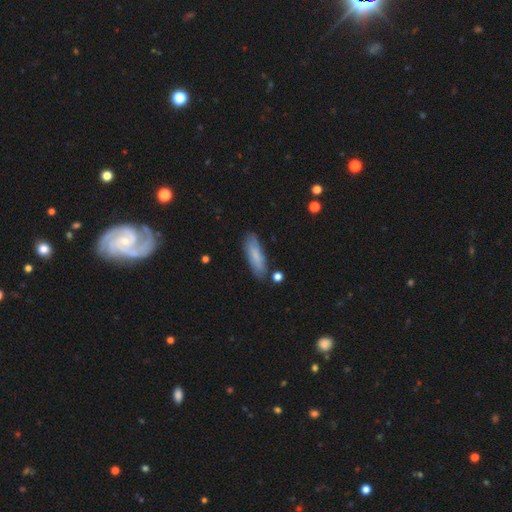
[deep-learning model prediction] Smooth or featured?
  - smooth: 77% *
  - featured or disk: 16%
  - star or artifact: 7%
How rounded?
  - cigar-shaped: 54% *
  - in between: 44%
  - round: 2%
Merging?
  - none: 80% *
  - minor disturbance: 14%
  - major disturbance: 3%
  - merger: 3%